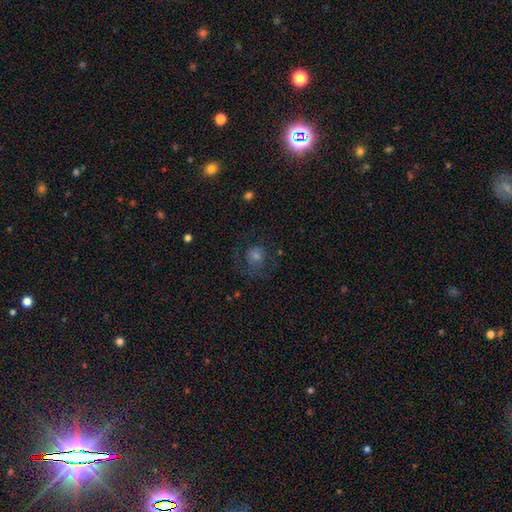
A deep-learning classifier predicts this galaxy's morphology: type=featured or disk (41%); merging=none (60%).